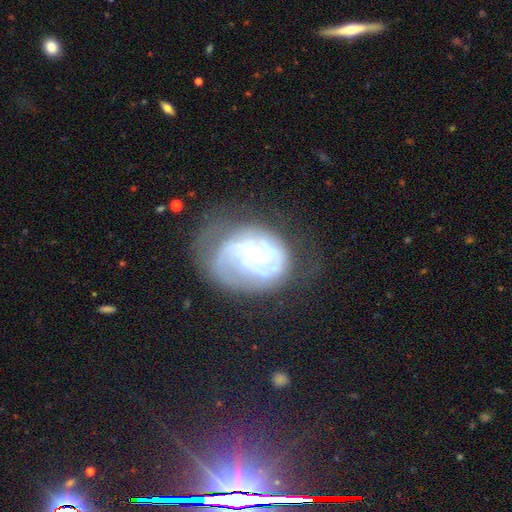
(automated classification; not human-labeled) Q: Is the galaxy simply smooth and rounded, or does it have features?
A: featured or disk — 81%.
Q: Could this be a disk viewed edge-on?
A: no — 98%.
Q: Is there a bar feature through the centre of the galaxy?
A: weak — 47%.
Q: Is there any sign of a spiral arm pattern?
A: yes — 92%.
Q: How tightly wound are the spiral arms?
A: tight — 49%.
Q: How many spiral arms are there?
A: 2 — 32%.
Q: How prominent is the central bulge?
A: moderate — 43%.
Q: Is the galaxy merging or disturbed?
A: none — 47%.